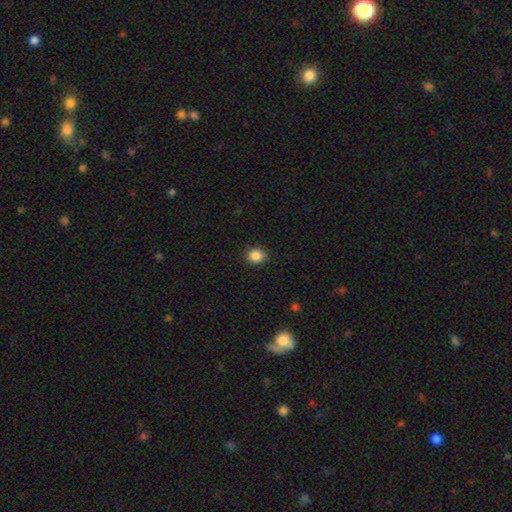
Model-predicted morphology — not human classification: smooth 87%, star or artifact 10%, featured or disk 3%. Down the decision tree: how rounded — round (70%); merging — none (90%).